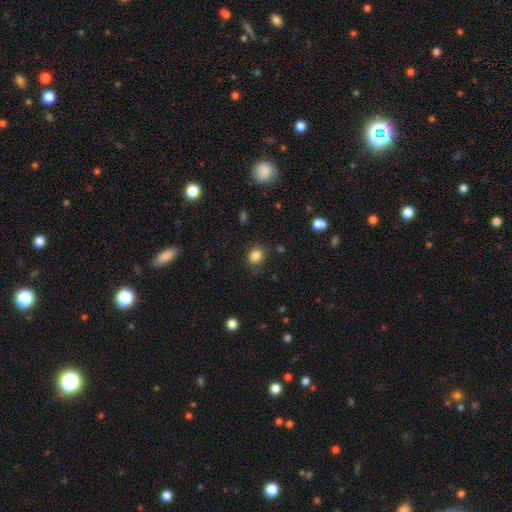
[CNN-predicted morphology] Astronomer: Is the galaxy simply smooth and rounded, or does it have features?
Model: smooth — 85%.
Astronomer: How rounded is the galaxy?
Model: round — 63%.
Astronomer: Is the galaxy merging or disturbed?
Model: none — 85%.